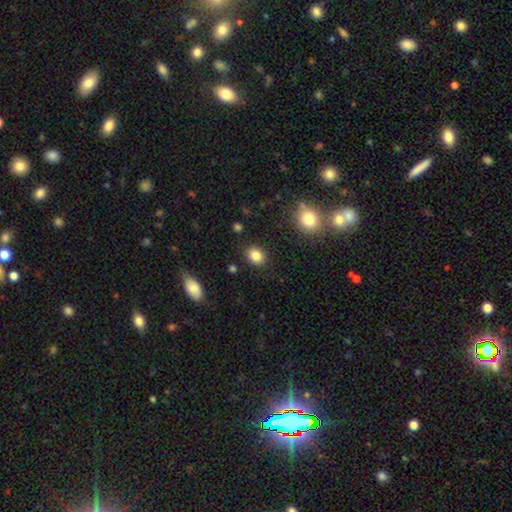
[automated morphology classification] This appears to be a smooth galaxy with no disk features (84%) that is round (54%). Merging: none (88%).